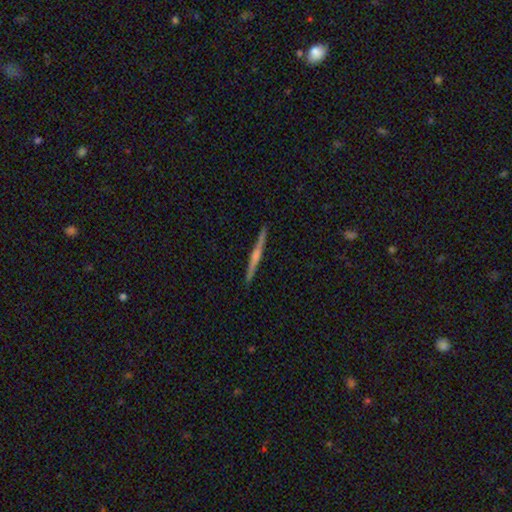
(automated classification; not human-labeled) Smooth or featured: featured or disk — 68% (smooth — 22%)
Edge-on disk: yes — 97% (no — 3%)
Edge-on bulge: rounded — 59% (none — 31%)
Merging: none — 91% (minor disturbance — 6%)